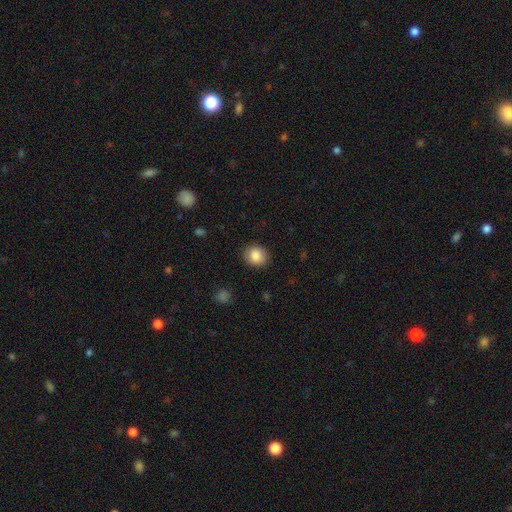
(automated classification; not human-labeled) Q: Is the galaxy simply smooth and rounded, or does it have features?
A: smooth — 86%.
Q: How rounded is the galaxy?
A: round — 64%.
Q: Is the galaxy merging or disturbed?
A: none — 88%.